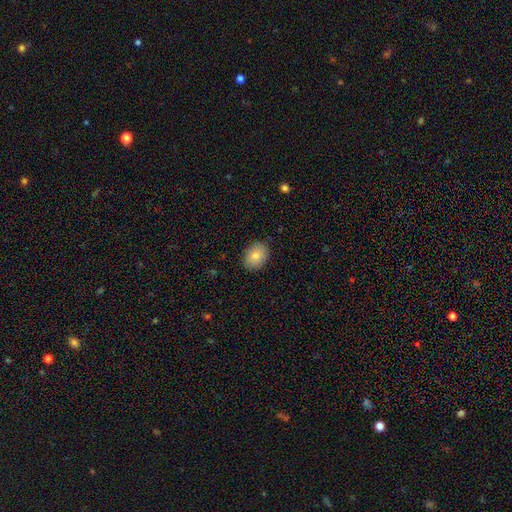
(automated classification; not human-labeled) This appears to be a smooth galaxy with no disk features (82%) that is in between round and cigar-shaped (63%). Merging: none (88%).